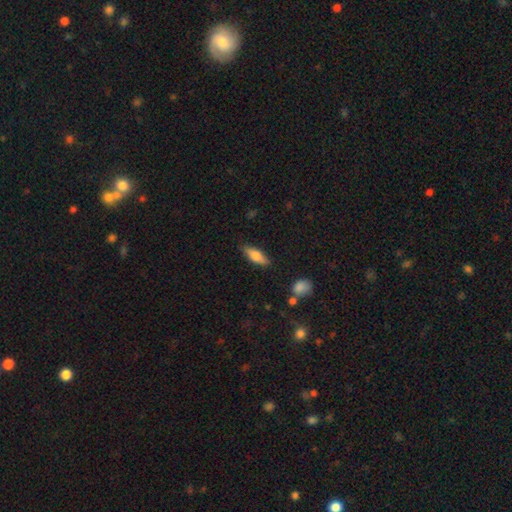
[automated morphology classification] Overall: smooth (70%). How rounded: in between (64%; cigar-shaped 34%). Merging: none (84%).